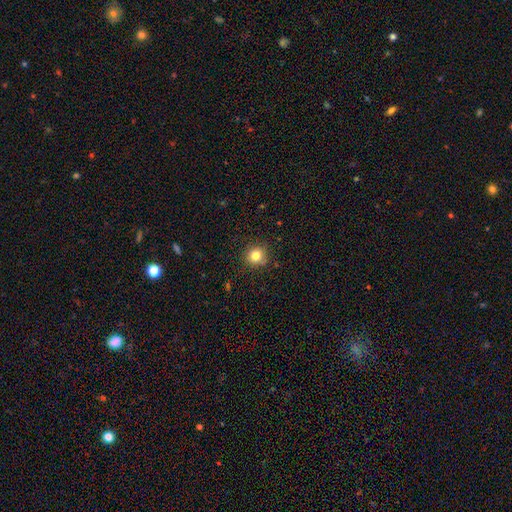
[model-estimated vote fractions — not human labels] smooth_or_featured: smooth (p=0.81) [alt: star or artifact p=0.12]
how_rounded: round (p=0.92) [alt: in between p=0.07]
merging: none (p=0.87) [alt: minor disturbance p=0.09]